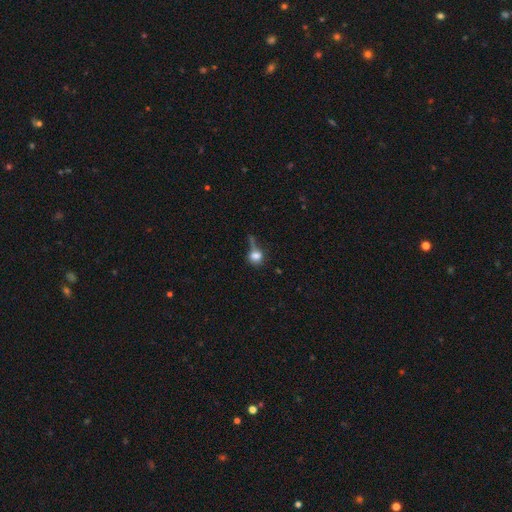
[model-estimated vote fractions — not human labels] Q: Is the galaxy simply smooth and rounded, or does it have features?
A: smooth — 73%.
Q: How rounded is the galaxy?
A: round — 60%.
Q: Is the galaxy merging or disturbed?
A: none — 35%.